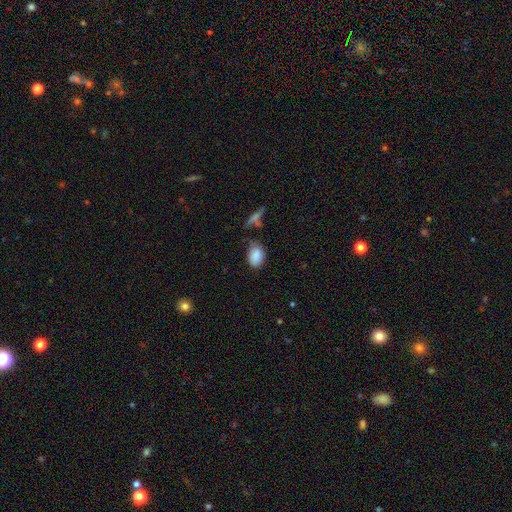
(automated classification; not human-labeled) This appears to be a smooth galaxy with no disk features (86%) that is in between round and cigar-shaped (86%). Merging: none (59%).